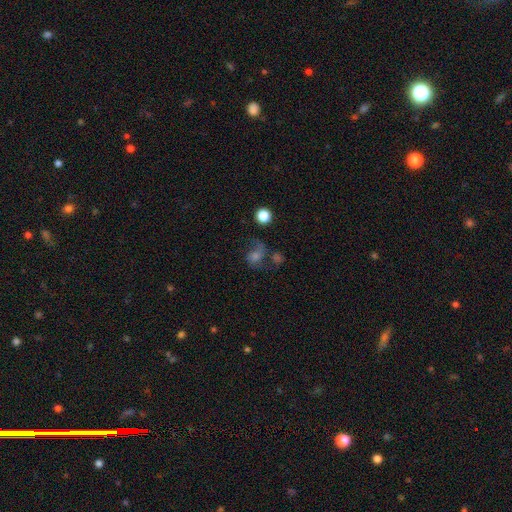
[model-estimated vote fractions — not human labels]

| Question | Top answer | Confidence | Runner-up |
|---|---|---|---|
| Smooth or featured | featured or disk | 45% | smooth (31%) |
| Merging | none | 46% | major disturbance (21%) |